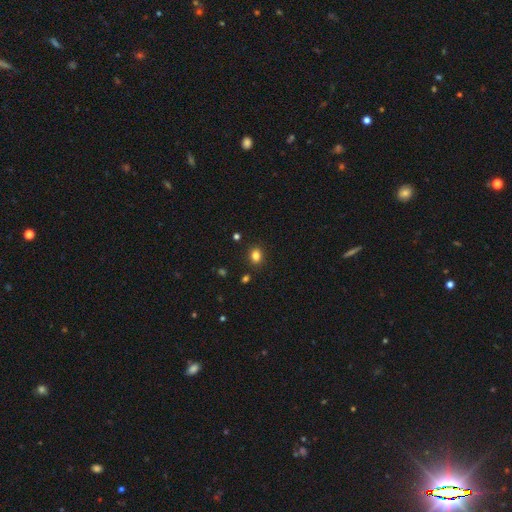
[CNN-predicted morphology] The model was most divided on "how rounded": round: 53%, in between: 46%, cigar-shaped: 1%. More confident: merging — none (89%); smooth or featured — smooth (83%).